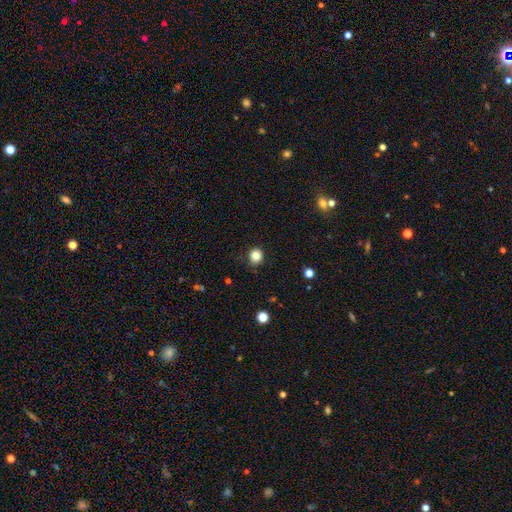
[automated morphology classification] A smooth galaxy with no disk features (84%) that is round (85%). Merging: none (82%).